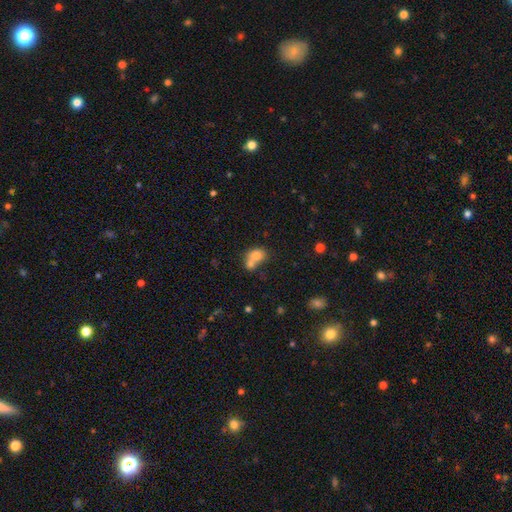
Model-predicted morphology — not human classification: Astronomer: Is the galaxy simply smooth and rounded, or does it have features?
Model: smooth — 75%.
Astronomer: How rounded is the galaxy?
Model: in between — 51% (runner-up: round, 48%).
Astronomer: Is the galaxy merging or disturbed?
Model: merger — 62%.